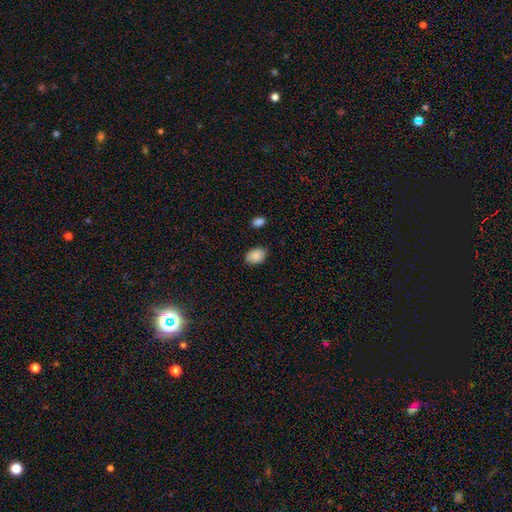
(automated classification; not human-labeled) Smooth or featured? smooth (87%)
How rounded? in between (83%)
Merging? none (85%)